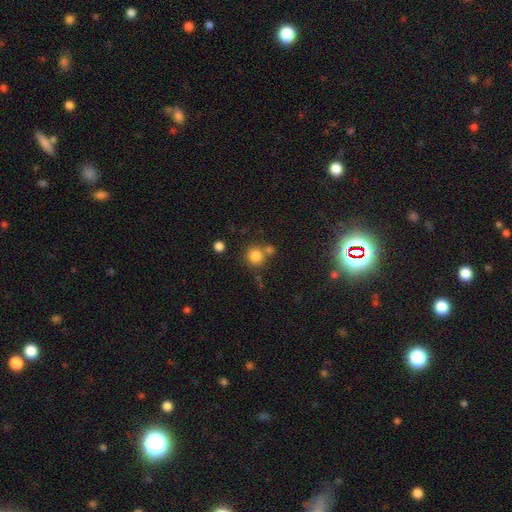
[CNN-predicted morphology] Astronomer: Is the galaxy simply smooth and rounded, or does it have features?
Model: smooth — 82%.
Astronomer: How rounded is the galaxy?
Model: round — 90%.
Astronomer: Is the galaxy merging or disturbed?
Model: none — 65%.